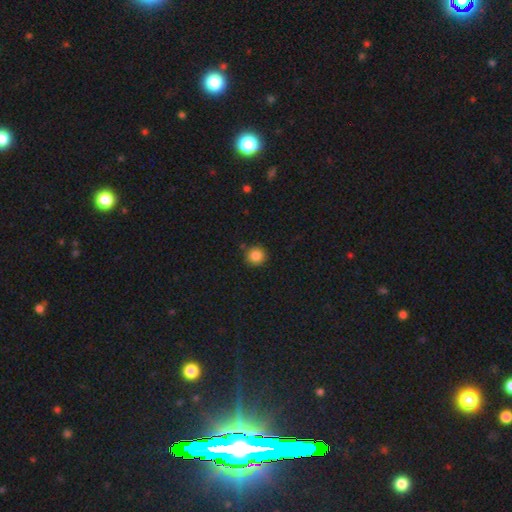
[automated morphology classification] type=smooth (86%); roundness=round (93%); merging=none (87%).